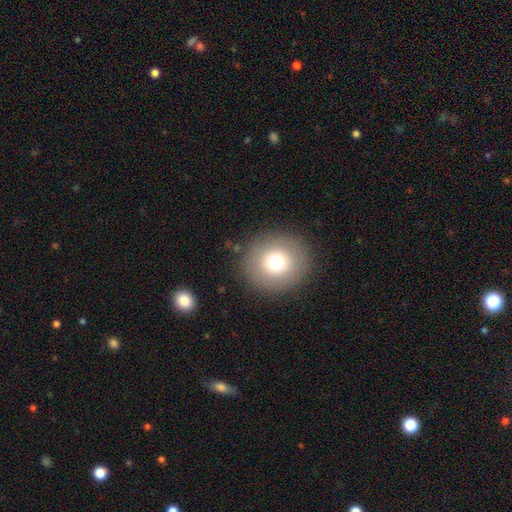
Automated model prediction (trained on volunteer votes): smooth 71%, featured or disk 17%, star or artifact 12%. Down the decision tree: how rounded — round (83%); merging — none (89%).